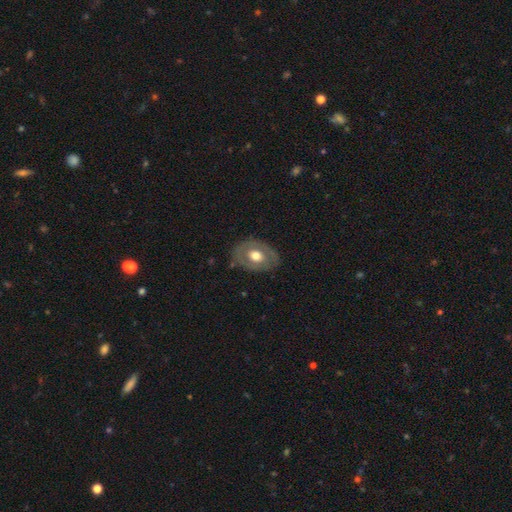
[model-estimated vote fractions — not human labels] smooth_or_featured: featured or disk (p=0.49) [alt: smooth p=0.45]
merging: none (p=0.78) [alt: minor disturbance p=0.16]